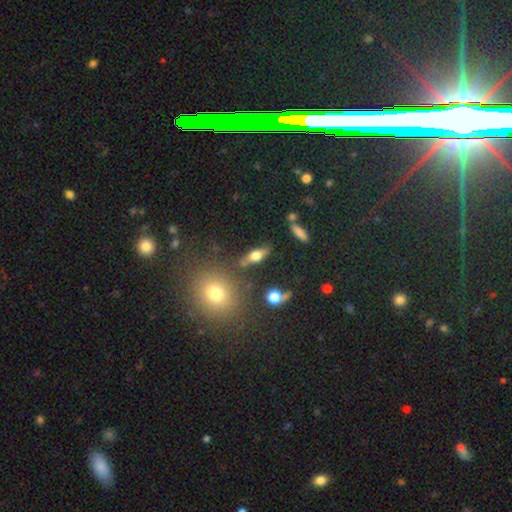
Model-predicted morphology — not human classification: The model was most divided on "smooth or featured": smooth: 50%, featured or disk: 39%, star or artifact: 11%. More confident: merging — none (73%).